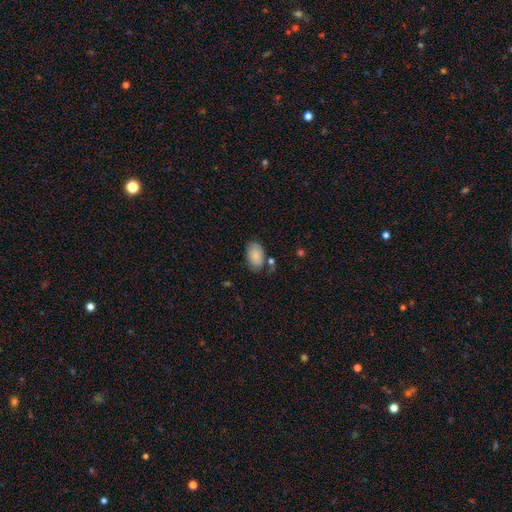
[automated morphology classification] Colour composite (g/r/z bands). It shows a smooth galaxy with no disk features (83%) that is in between round and cigar-shaped (92%). Merging: none (66%).